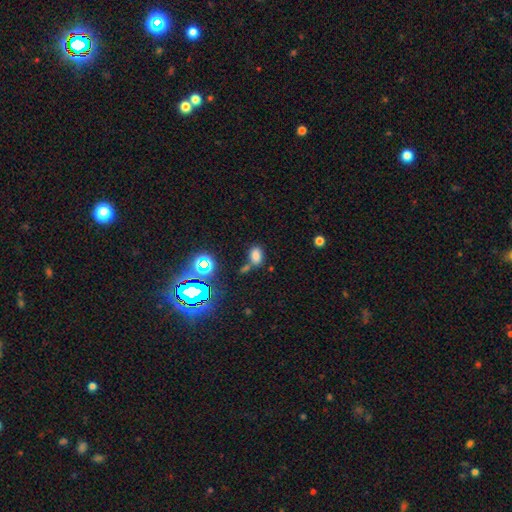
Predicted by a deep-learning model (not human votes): This appears to be a smooth galaxy with no disk features (73%) that is in between round and cigar-shaped (82%). Merging: none (57%).